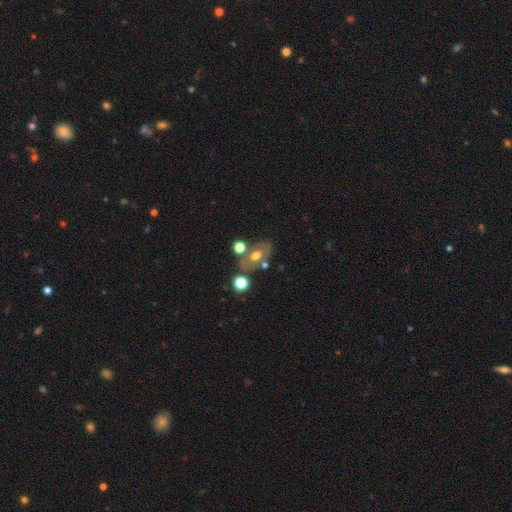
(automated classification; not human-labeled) Smooth or featured: featured or disk — 45% (smooth — 43%)
Merging: none — 62% (merger — 16%)